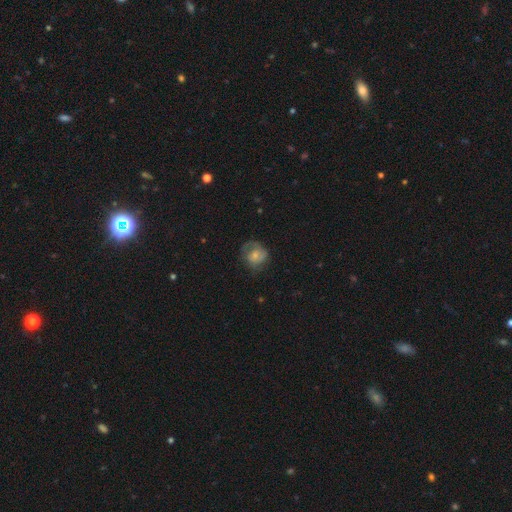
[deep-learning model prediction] A smooth galaxy with no disk features (50%) that is round (73%).

Vote fractions:
- Smooth or featured? smooth: 50% / featured or disk: 41% / star or artifact: 9%
- How rounded? round: 73% / in between: 26% / cigar-shaped: 1%
- Merging? none: 56% / minor disturbance: 25% / major disturbance: 17% / merger: 1%